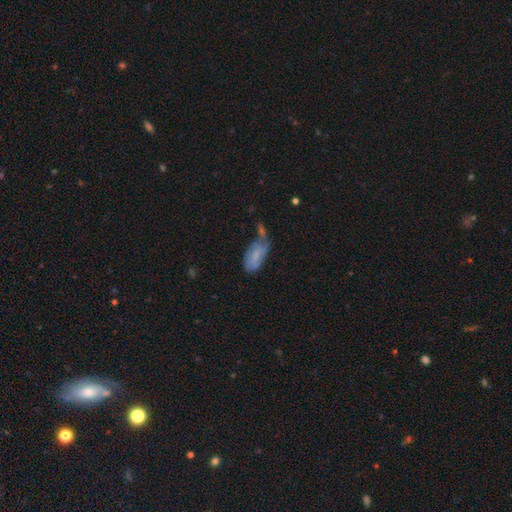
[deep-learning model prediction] This is likely a smooth galaxy (60%). How rounded: clearly in between (89%). Merging: marginally none (31%).